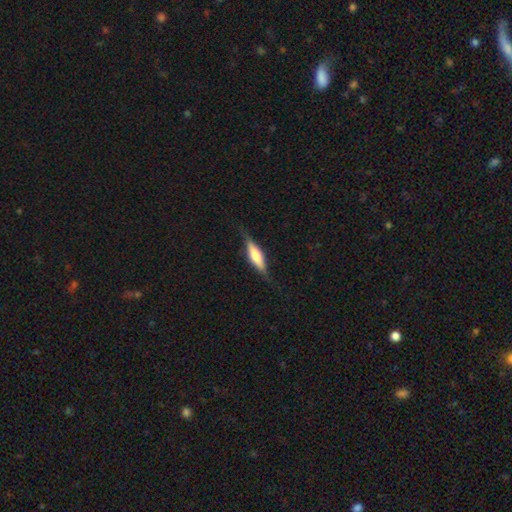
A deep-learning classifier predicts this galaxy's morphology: A featured or disk galaxy (53%) viewed edge-on (94%). Merging: none (80%).